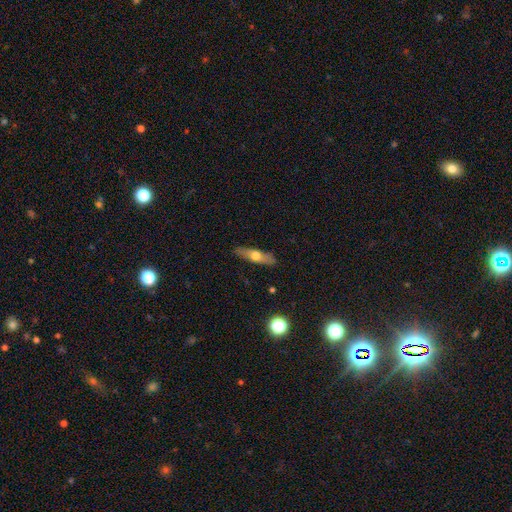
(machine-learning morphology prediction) smooth_or_featured: smooth (p=0.48) [alt: featured or disk p=0.45]
merging: none (p=0.86) [alt: minor disturbance p=0.11]